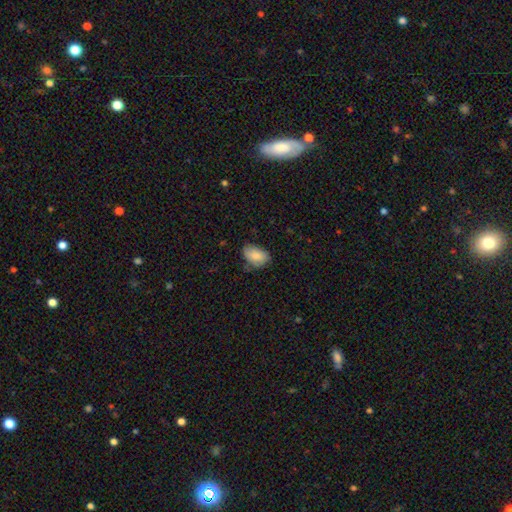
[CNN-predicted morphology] smooth 80%, featured or disk 13%, star or artifact 7%. Down the decision tree: how rounded — in between (87%); merging — none (63%).